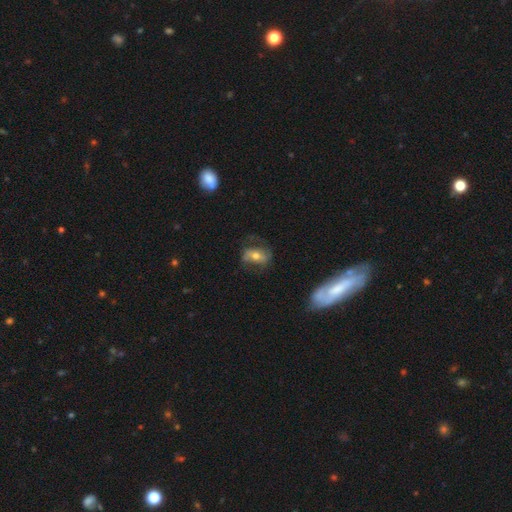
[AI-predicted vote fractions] Smooth or featured? Predicted: featured or disk (p=0.52). Edge-on disk? Predicted: no (p=0.92). Merging? Predicted: none (p=0.58).